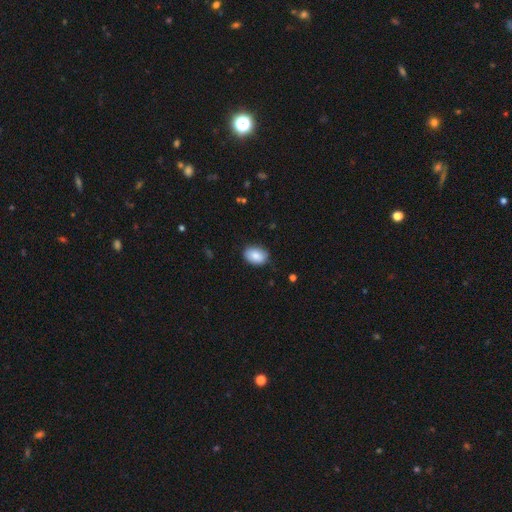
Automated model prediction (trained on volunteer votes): Overall: smooth (86%). How rounded: in between (79%). Merging: none (83%).